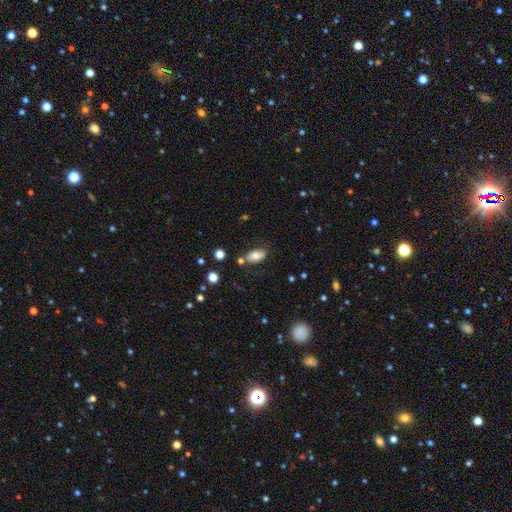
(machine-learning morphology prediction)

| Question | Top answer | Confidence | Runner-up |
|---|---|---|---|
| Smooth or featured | smooth | 73% | featured or disk (18%) |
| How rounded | in between | 91% | round (6%) |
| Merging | none | 72% | minor disturbance (16%) |